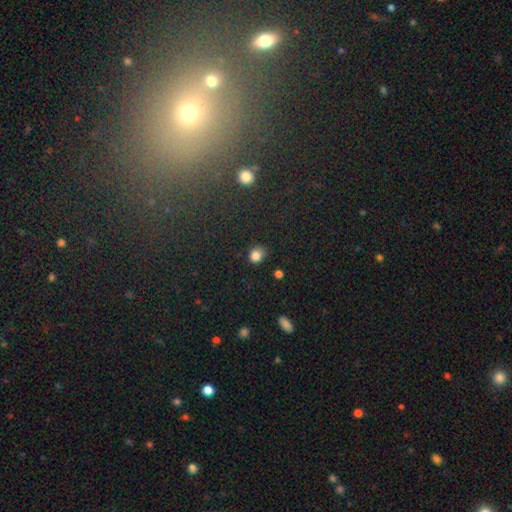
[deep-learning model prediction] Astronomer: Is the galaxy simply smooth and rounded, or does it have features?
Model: smooth — 83%.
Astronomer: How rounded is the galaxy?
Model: round — 68%.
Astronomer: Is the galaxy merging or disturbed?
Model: none — 81%.